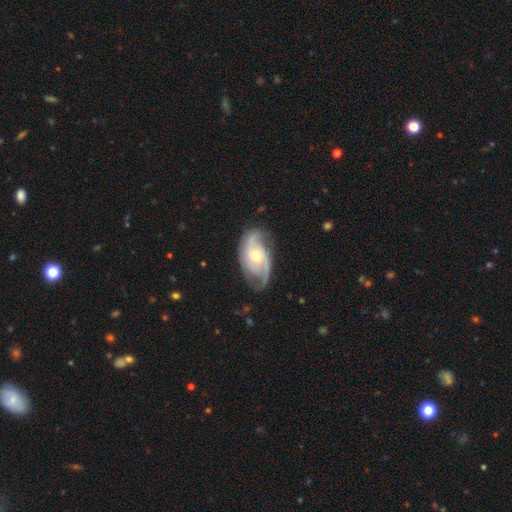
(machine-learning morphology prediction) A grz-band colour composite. It shows a featured or disk galaxy (82%) with no bar (63%), 2 (66%) medium (44%) spiral arms (94%) and a moderate central bulge (56%). Merging: none (67%).